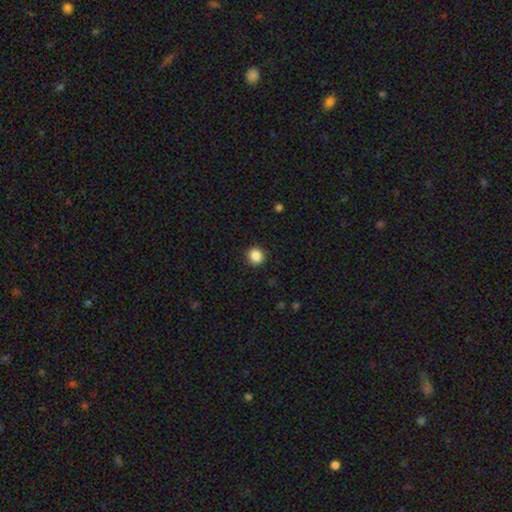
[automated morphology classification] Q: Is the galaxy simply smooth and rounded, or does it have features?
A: smooth — 88%.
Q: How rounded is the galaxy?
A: round — 82%.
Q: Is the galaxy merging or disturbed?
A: none — 91%.